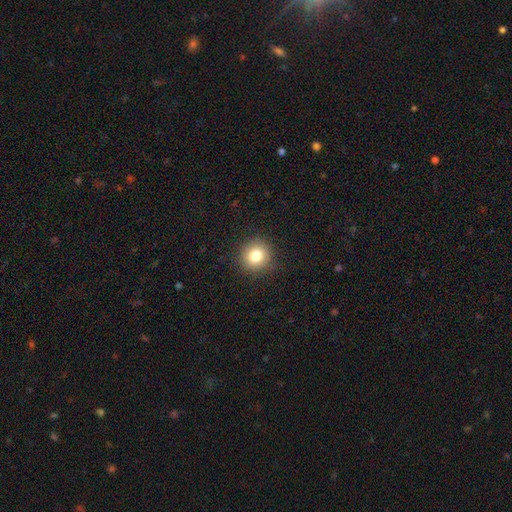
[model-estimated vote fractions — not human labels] Smooth or featured? Predicted: smooth (p=0.81). How rounded? Predicted: round (p=0.91). Merging? Predicted: none (p=0.90).